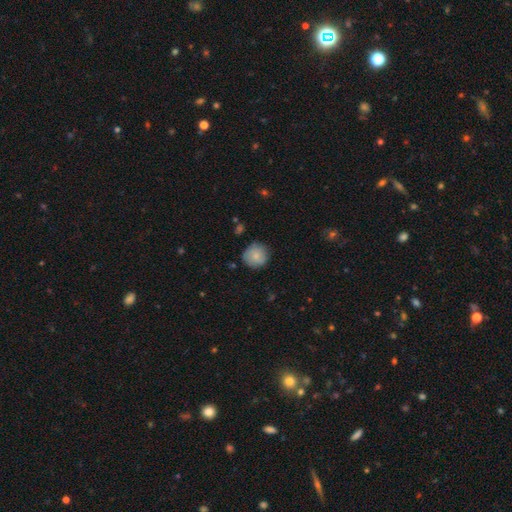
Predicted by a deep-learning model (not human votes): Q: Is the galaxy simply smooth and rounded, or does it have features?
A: smooth — 81%.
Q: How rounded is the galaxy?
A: round — 93%.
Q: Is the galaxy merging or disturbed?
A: none — 80%.